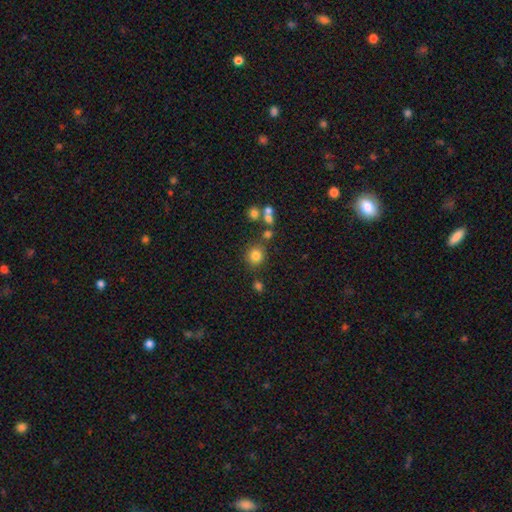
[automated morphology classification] Smooth or featured: smooth — 80% (star or artifact — 13%)
How rounded: round — 89% (in between — 10%)
Merging: none — 78% (minor disturbance — 10%)